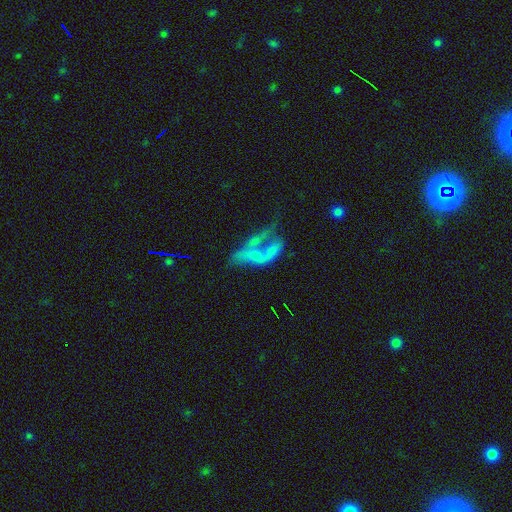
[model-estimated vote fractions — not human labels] featured or disk 53%, smooth 35%, star or artifact 13%. Down the decision tree: edge-on disk — no (94%); merging — merger (47%).